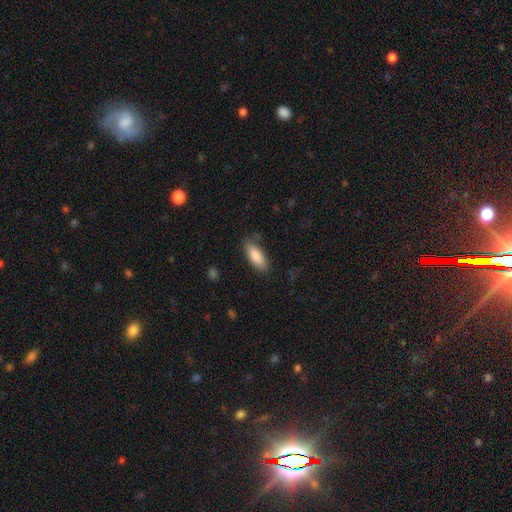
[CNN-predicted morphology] smooth-or-featured: smooth: 85% | featured or disk: 8% | star or artifact: 6%
  how-rounded: in between: 80% | cigar-shaped: 19% | round: 2%
  merging: none: 76% | minor disturbance: 18% | major disturbance: 5% | merger: 2%